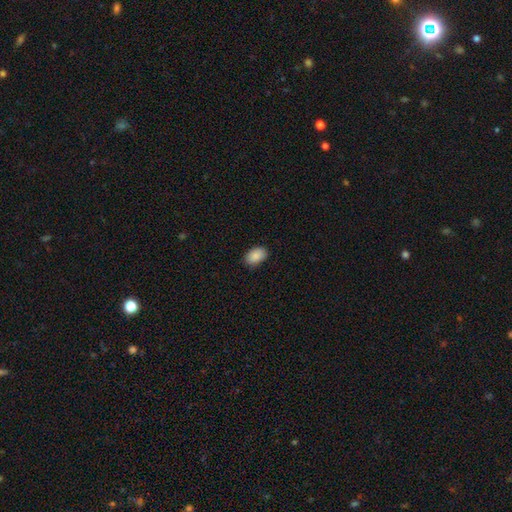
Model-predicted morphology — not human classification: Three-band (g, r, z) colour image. It shows a smooth galaxy with no disk features (90%) that is in between round and cigar-shaped (89%). Merging: none (88%).